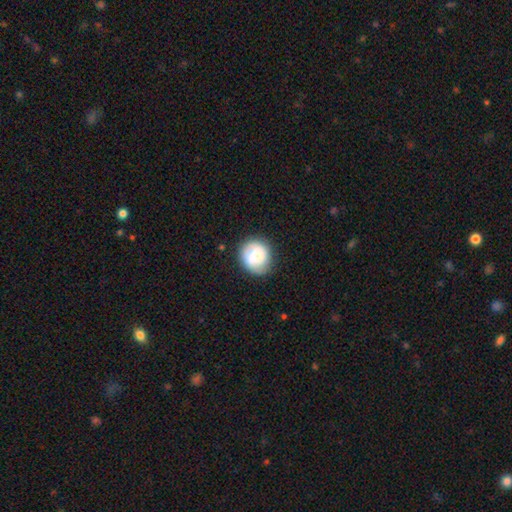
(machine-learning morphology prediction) This is likely a smooth galaxy (64%). How rounded: clearly round (84%). Merging: likely none (76%).